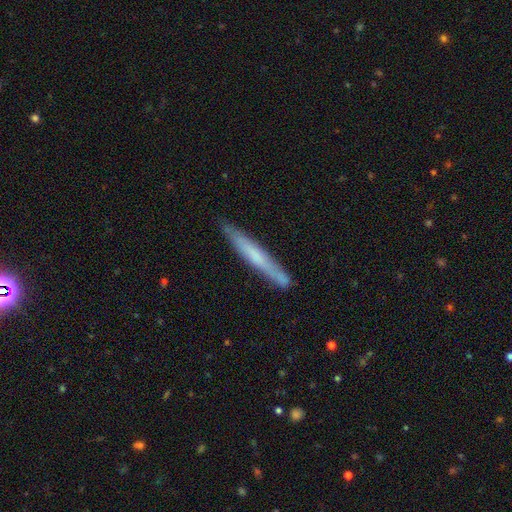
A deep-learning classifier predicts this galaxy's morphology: A smooth galaxy with no disk features (51%) that is cigar-shaped (96%).

Vote fractions:
- Smooth or featured? smooth: 51% / featured or disk: 43% / star or artifact: 6%
- How rounded? cigar-shaped: 96% / in between: 3% / round: 1%
- Merging? none: 83% / minor disturbance: 12% / merger: 2% / major disturbance: 2%